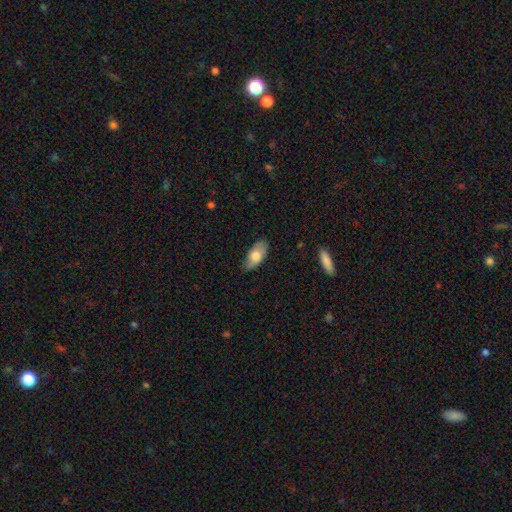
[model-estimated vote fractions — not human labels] The model was most divided on "smooth or featured": smooth: 73%, featured or disk: 20%, star or artifact: 6%. More confident: how rounded — in between (91%); merging — none (76%).